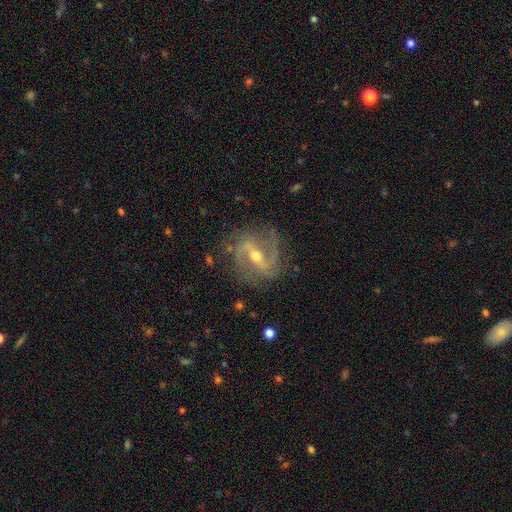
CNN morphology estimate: smooth-or-featured: featured or disk: 89% | star or artifact: 6% | smooth: 5%
  disk-edge-on: no: 97% | yes: 3%
    bar: strong: 43% | weak: 41% | no: 16%
    has-spiral-arms: yes: 96% | no: 4%
      spiral-winding: medium: 51% | loose: 27% | tight: 22%
      spiral-arm-count: 2: 77% | 3: 9% | can't tell: 6% | 1: 3% | 4: 2% | more than 4: 2%
    bulge-size: moderate: 57% | small: 39% | large: 2% | none: 1% | dominant: 1%
  merging: none: 77% | minor disturbance: 15% | major disturbance: 6% | merger: 2%